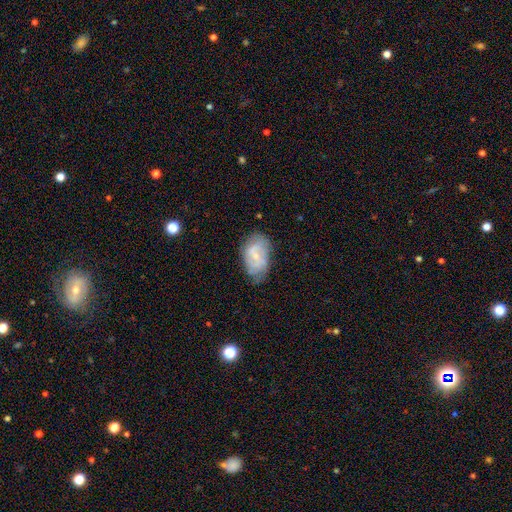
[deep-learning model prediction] Smooth or featured?
  - featured or disk: 55% *
  - smooth: 37%
  - star or artifact: 8%
Edge-on disk?
  - no: 96% *
  - yes: 4%
Bar?
  - weak: 47% *
  - no: 41%
  - strong: 12%
Spiral arms?
  - yes: 71% *
  - no: 29%
Bulge size?
  - small: 65% *
  - moderate: 24%
  - none: 9%
  - large: 1%
  - dominant: 1%
Merging?
  - none: 57% *
  - minor disturbance: 30%
  - major disturbance: 11%
  - merger: 2%